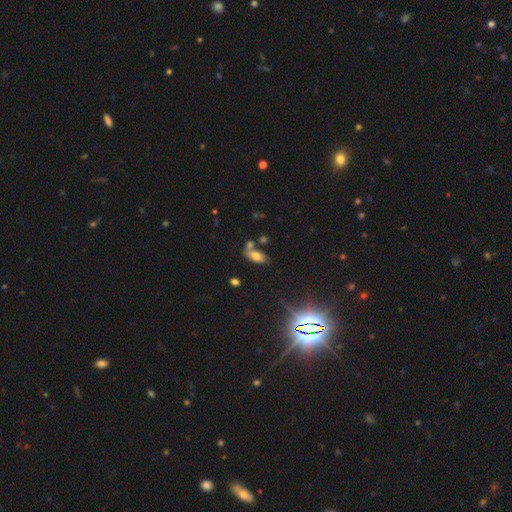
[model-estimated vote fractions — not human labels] A smooth galaxy with no disk features (63%) that is in between round and cigar-shaped (89%). Merging: none (55%).